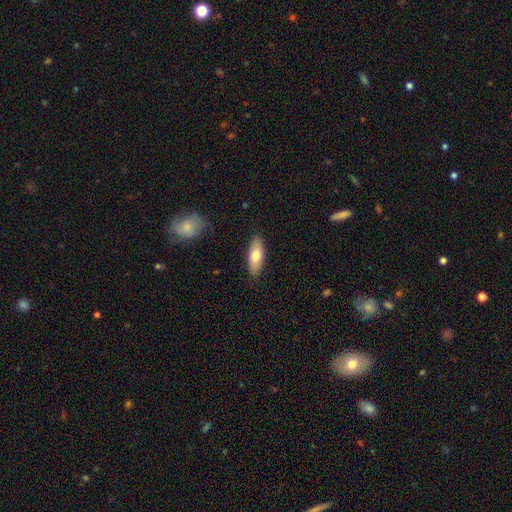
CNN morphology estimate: A smooth galaxy with no disk features (72%) that is in between round and cigar-shaped (73%). Merging: none (88%).